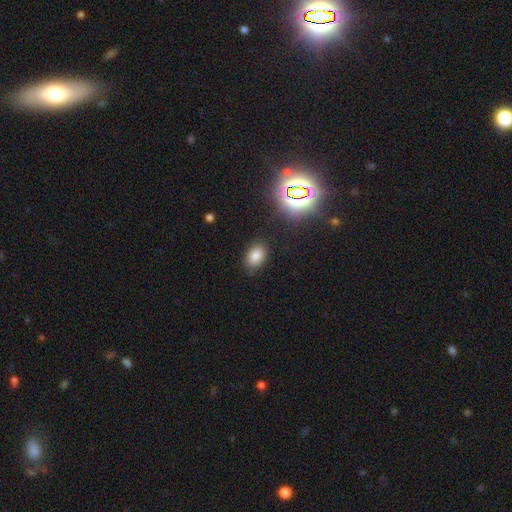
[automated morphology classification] Q: Smooth or featured?
A: smooth (78%); runner-up: star or artifact (15%)
Q: How rounded?
A: in between (76%); runner-up: round (22%)
Q: Merging?
A: none (84%); runner-up: minor disturbance (11%)